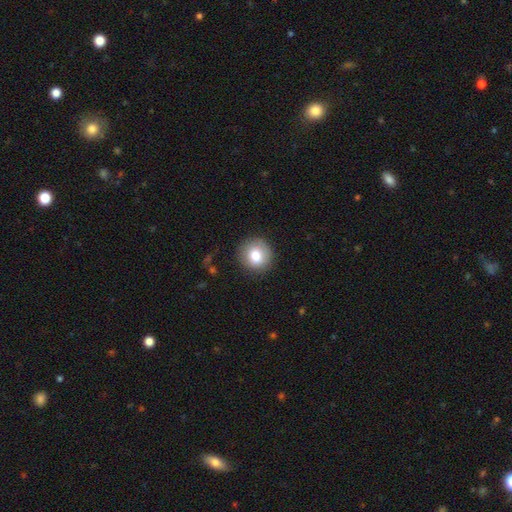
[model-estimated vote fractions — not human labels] The model was most divided on "smooth or featured": smooth: 80%, featured or disk: 11%, star or artifact: 9%. More confident: how rounded — round (92%); merging — none (87%).